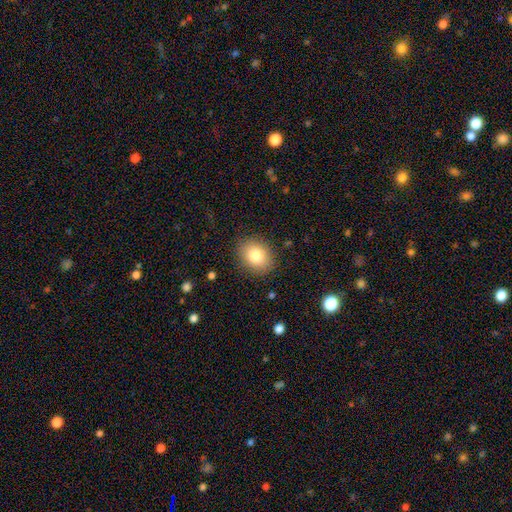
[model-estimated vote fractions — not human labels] Morphology: type=smooth (81%); roundness=round (51%); merging=none (87%).